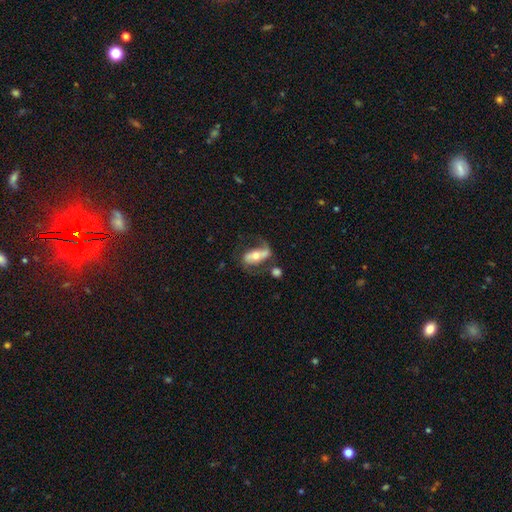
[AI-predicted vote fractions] Overall: featured or disk (65%; smooth 28%). Edge-on disk: no (88%). Bar: strong (45%; no 31%). Spiral arms: yes (81%). Bulge size: moderate (61%; small 29%). Merging: none (48%; minor disturbance 22%).